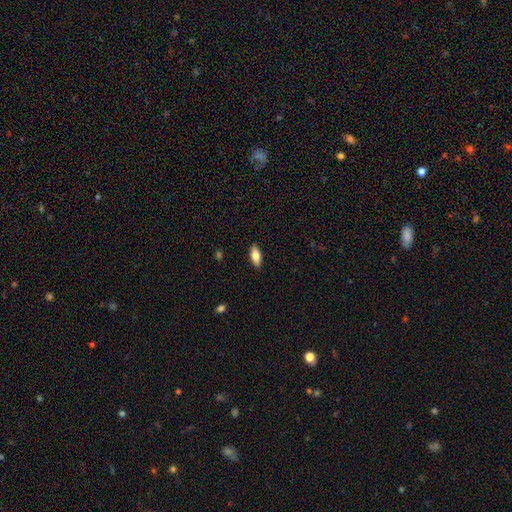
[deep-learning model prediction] A smooth galaxy with no disk features (74%) that is in between round and cigar-shaped (83%).

Vote fractions:
- Smooth or featured? smooth: 74% / featured or disk: 19% / star or artifact: 6%
- How rounded? in between: 83% / cigar-shaped: 15% / round: 2%
- Merging? none: 89% / minor disturbance: 8% / major disturbance: 2% / merger: 1%